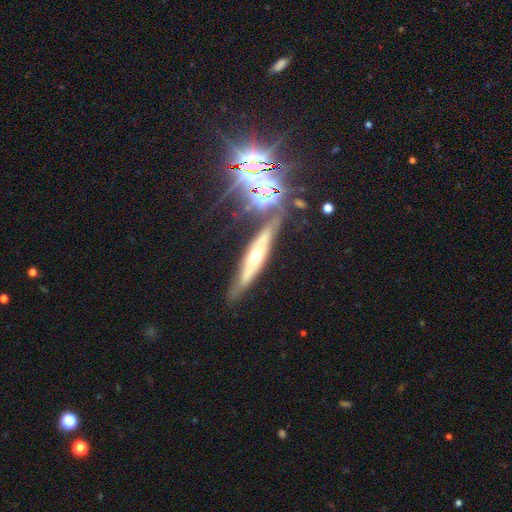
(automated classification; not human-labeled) smooth_or_featured: featured or disk (p=0.59) [alt: smooth p=0.22]
disk_edge_on: yes (p=0.81) [alt: no p=0.19]
merging: none (p=0.71) [alt: minor disturbance p=0.16]